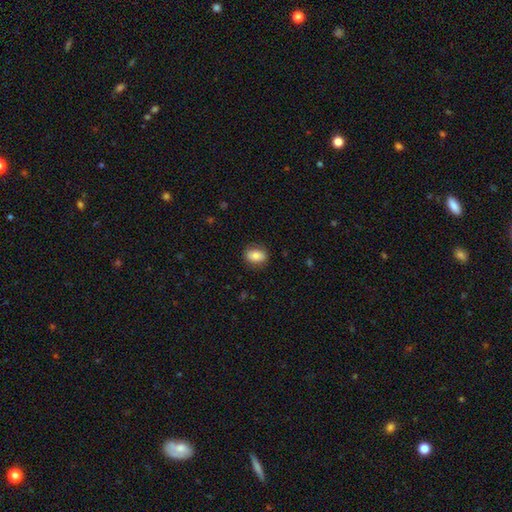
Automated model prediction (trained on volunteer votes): Smooth or featured? smooth (82%)
How rounded? in between (75%)
Merging? none (84%)